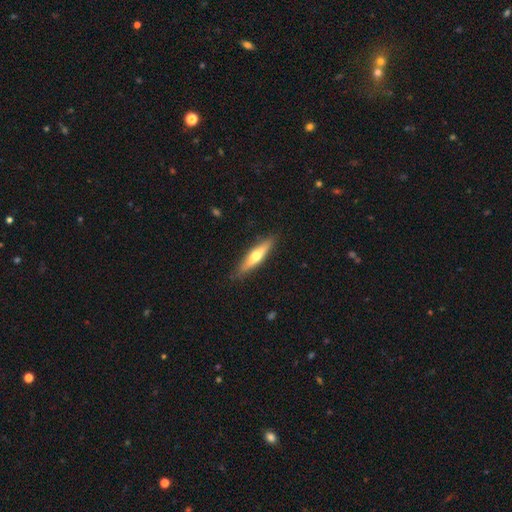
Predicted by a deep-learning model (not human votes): Smooth or featured?
  - featured or disk: 49% *
  - smooth: 46%
  - star or artifact: 5%
Merging?
  - none: 87% *
  - minor disturbance: 10%
  - major disturbance: 2%
  - merger: 1%